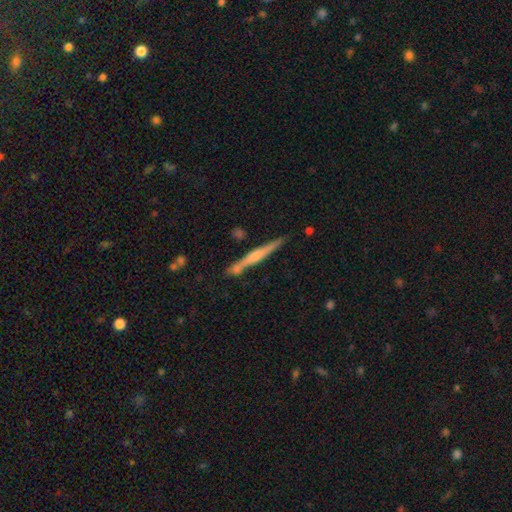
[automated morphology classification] This is likely a featured or disk galaxy (64%). It is clearly viewed edge-on (97%). Edge-on bulge: possibly rounded (59%). Merging: likely none (80%).